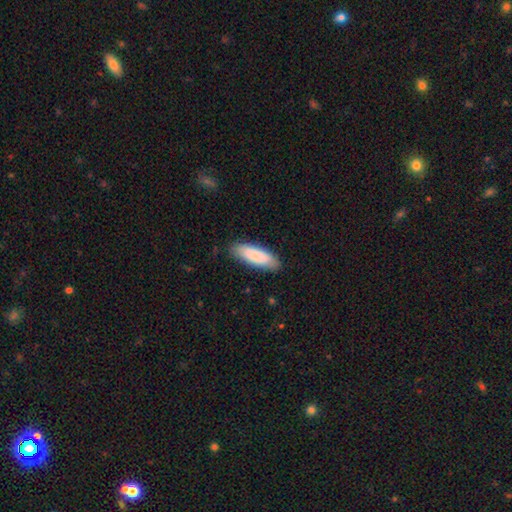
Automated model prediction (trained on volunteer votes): Q: Smooth or featured?
A: smooth (84%); runner-up: featured or disk (10%)
Q: How rounded?
A: in between (59%); runner-up: cigar-shaped (40%)
Q: Merging?
A: none (84%); runner-up: minor disturbance (13%)